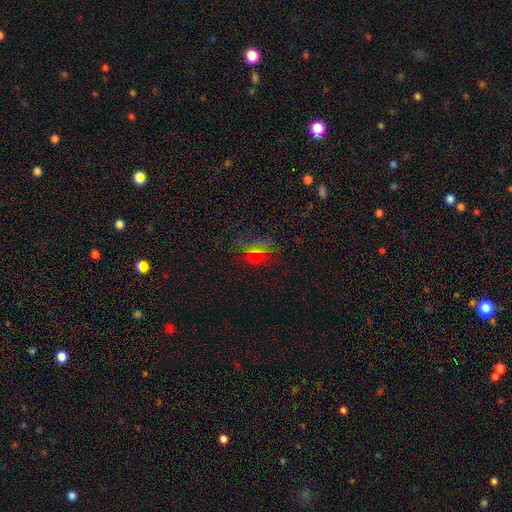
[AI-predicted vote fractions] The model was most divided on "smooth or featured": smooth: 47%, star or artifact: 44%, featured or disk: 9%. More confident: merging — none (76%).